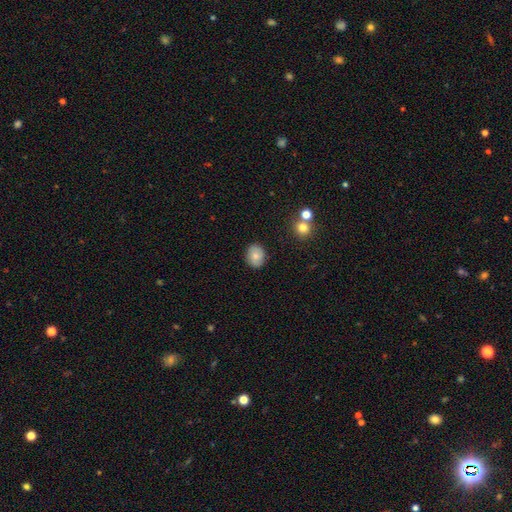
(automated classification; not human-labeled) This is likely a smooth galaxy (77%). How rounded: possibly round (53%). Merging: clearly none (85%).